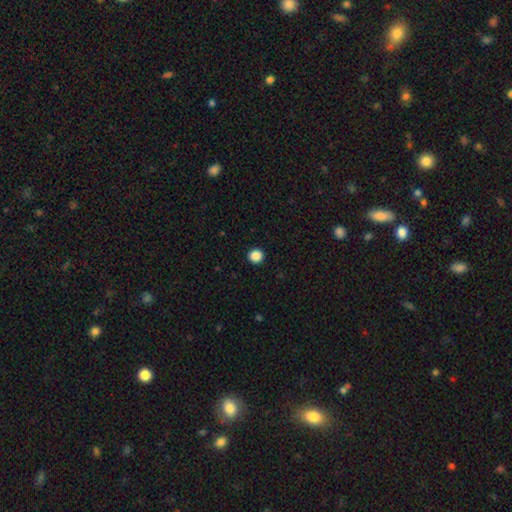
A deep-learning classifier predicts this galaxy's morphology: smooth-or-featured: smooth: 87% | star or artifact: 10% | featured or disk: 3%
  how-rounded: round: 94% | in between: 5% | cigar-shaped: 1%
  merging: none: 94% | minor disturbance: 4% | major disturbance: 1% | merger: 1%